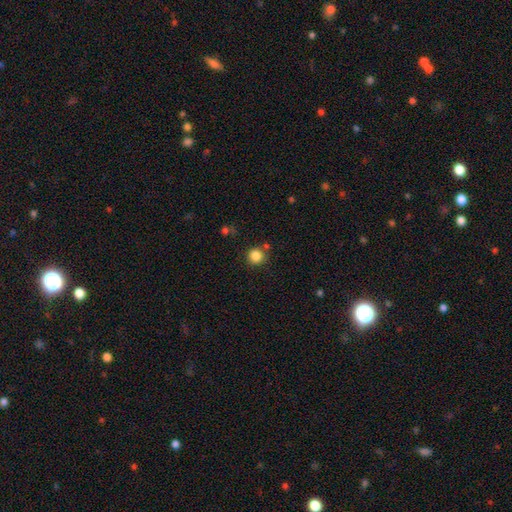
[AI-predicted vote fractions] Smooth or featured: smooth — 85% (star or artifact — 11%)
How rounded: round — 93% (in between — 6%)
Merging: none — 82% (minor disturbance — 9%)